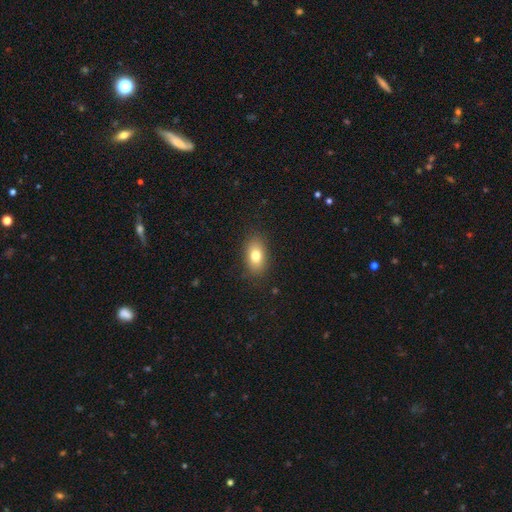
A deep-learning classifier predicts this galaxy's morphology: Smooth or featured?
  - smooth: 78% *
  - featured or disk: 13%
  - star or artifact: 9%
How rounded?
  - in between: 85% *
  - round: 12%
  - cigar-shaped: 2%
Merging?
  - none: 85% *
  - minor disturbance: 11%
  - major disturbance: 3%
  - merger: 1%